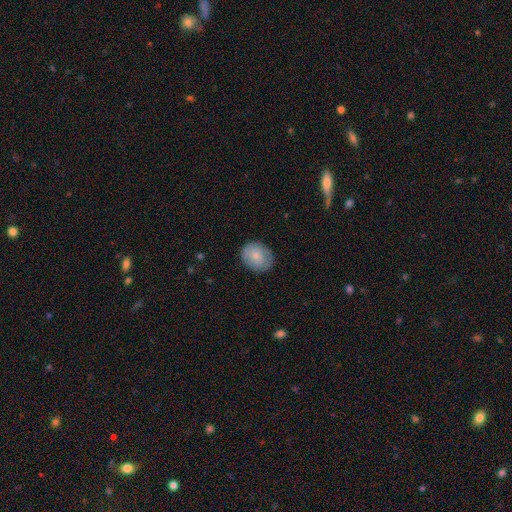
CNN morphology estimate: The model was most divided on "how rounded": round: 58%, in between: 41%, cigar-shaped: 1%. More confident: merging — none (81%); smooth or featured — smooth (80%).